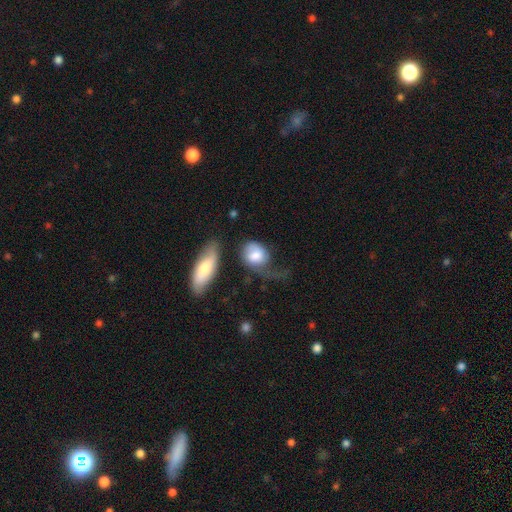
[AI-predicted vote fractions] Morphology: type=smooth (66%); roundness=in between (54%); merging=major disturbance (43%).